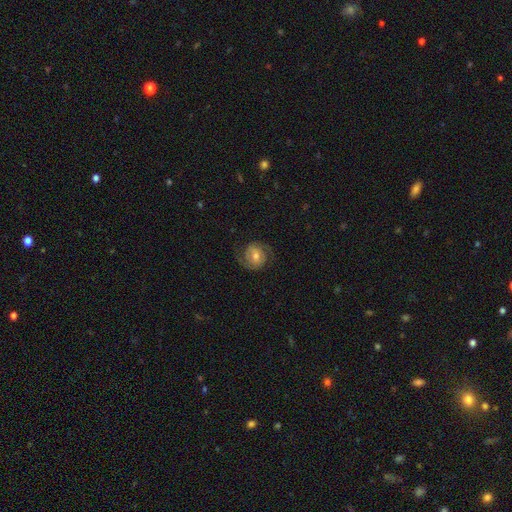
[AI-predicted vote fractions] featured or disk 71%, smooth 21%, star or artifact 7%. Down the decision tree: edge-on disk — no (98%); bar — no (46%); spiral arms — yes (92%); spiral arm count — 2 (89%); spiral winding — medium (45%); bulge size — moderate (67%); merging — none (78%).